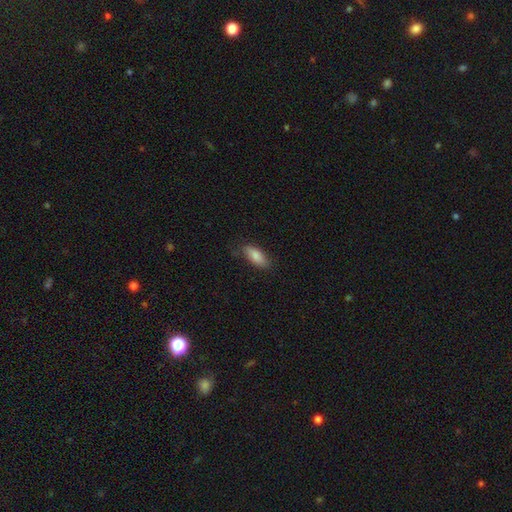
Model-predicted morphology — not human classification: Smooth or featured?
  - smooth: 86% *
  - featured or disk: 8%
  - star or artifact: 6%
How rounded?
  - in between: 83% *
  - cigar-shaped: 15%
  - round: 2%
Merging?
  - none: 77% *
  - minor disturbance: 18%
  - major disturbance: 4%
  - merger: 1%